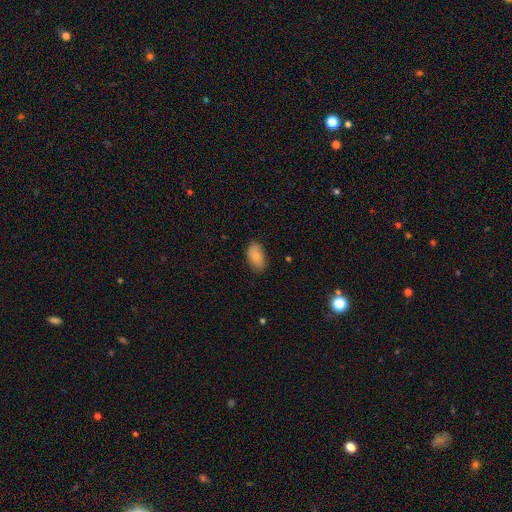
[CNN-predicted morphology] This appears to be a smooth galaxy with no disk features (82%) that is in between round and cigar-shaped (94%). Merging: none (81%).